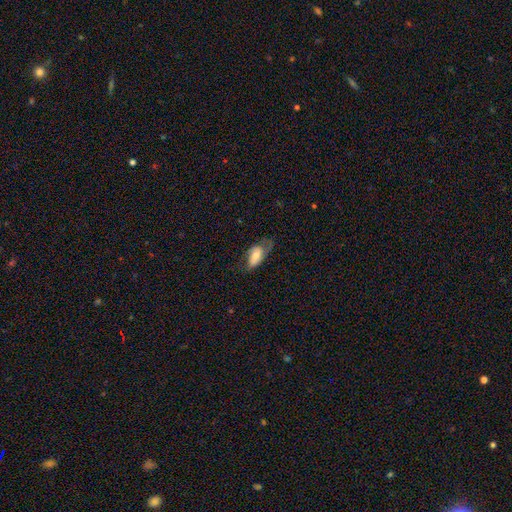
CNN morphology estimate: type=smooth (52%); roundness=in between (90%); merging=none (48%).